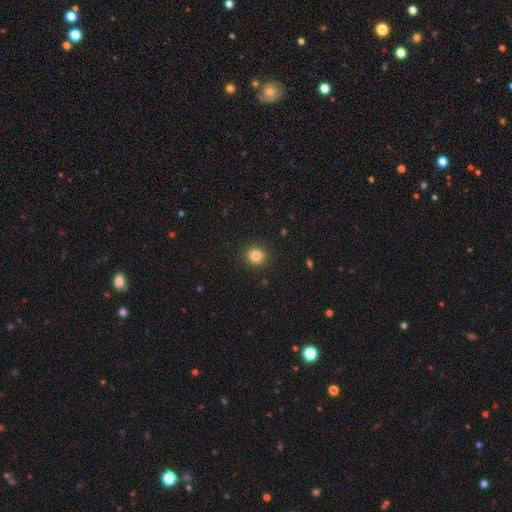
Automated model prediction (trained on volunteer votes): Q: Smooth or featured?
A: smooth (84%); runner-up: star or artifact (11%)
Q: How rounded?
A: round (90%); runner-up: in between (9%)
Q: Merging?
A: none (91%); runner-up: minor disturbance (6%)